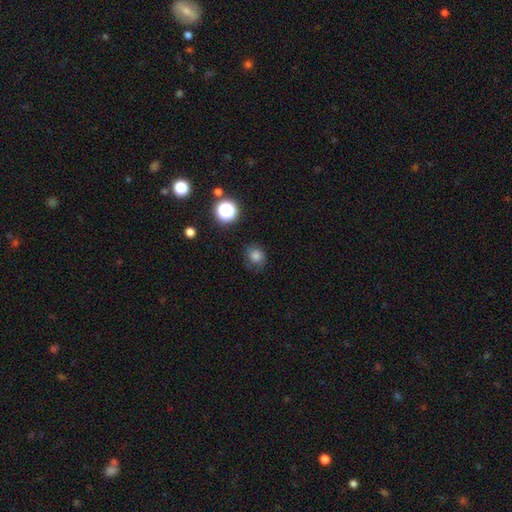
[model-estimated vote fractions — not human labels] A smooth galaxy with no disk features (79%) that is round (73%).

Vote fractions:
- Smooth or featured? smooth: 79% / star or artifact: 14% / featured or disk: 7%
- How rounded? round: 73% / in between: 26% / cigar-shaped: 1%
- Merging? none: 74% / minor disturbance: 19% / major disturbance: 6% / merger: 2%